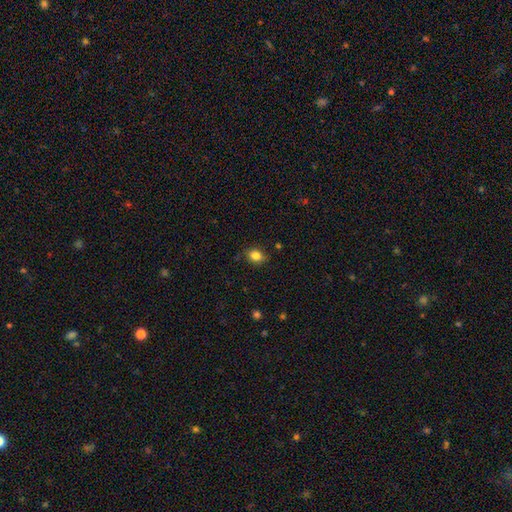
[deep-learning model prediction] smooth-or-featured: smooth: 83% | star or artifact: 11% | featured or disk: 6%
  how-rounded: in between: 56% | round: 43% | cigar-shaped: 1%
  merging: none: 83% | minor disturbance: 13% | major disturbance: 3% | merger: 1%